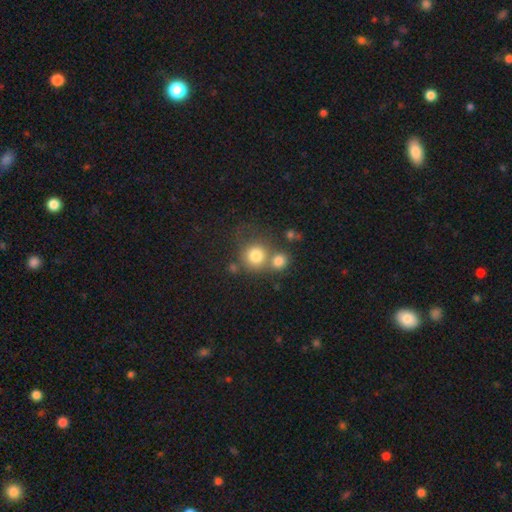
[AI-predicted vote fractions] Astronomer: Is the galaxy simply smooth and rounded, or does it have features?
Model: smooth — 78%.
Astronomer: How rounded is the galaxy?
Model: round — 88%.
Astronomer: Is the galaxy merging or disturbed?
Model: none — 49% (runner-up: merger, 37%).